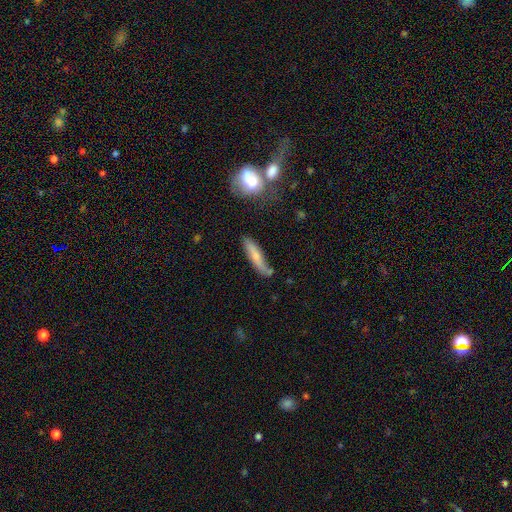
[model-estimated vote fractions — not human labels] Smooth or featured? smooth (56%)
How rounded? cigar-shaped (81%)
Merging? none (69%)